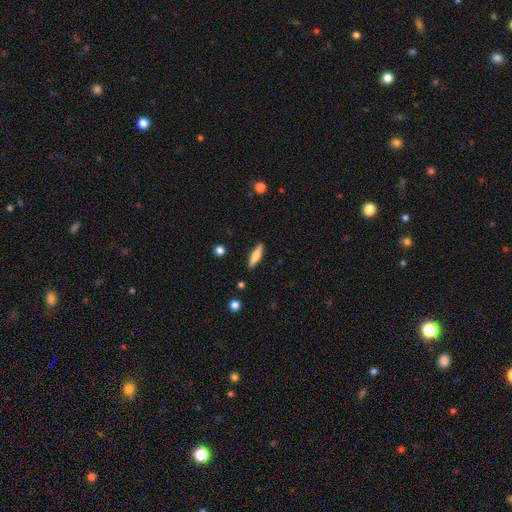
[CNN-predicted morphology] This appears to be a smooth galaxy with no disk features (75%) that is cigar-shaped (66%). Merging: none (89%).